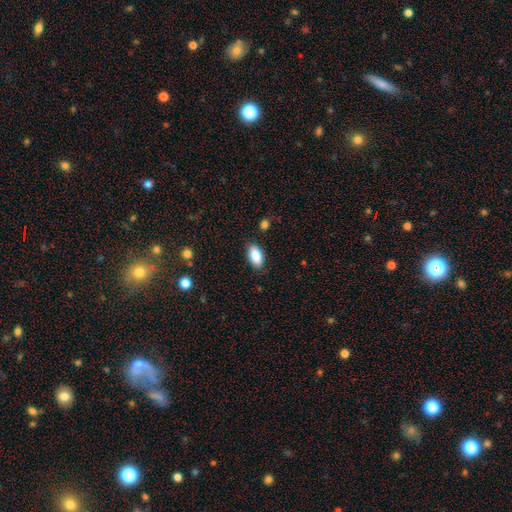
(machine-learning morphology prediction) smooth_or_featured: smooth (p=0.86) [alt: star or artifact p=0.07]
how_rounded: in between (p=0.93) [alt: cigar-shaped p=0.04]
merging: none (p=0.85) [alt: minor disturbance p=0.11]